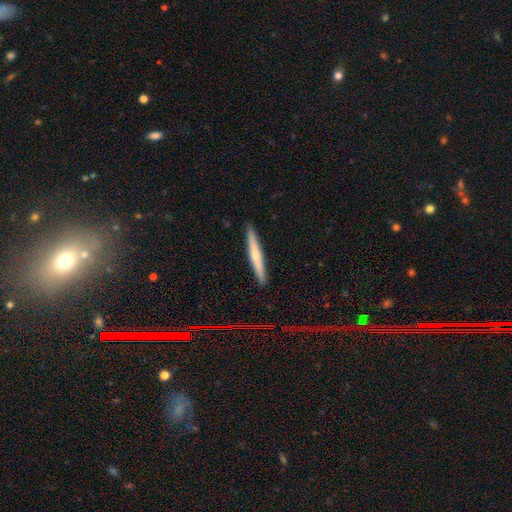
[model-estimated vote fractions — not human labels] A smooth galaxy with no disk features (51%) that is cigar-shaped (96%).

Vote fractions:
- Smooth or featured? smooth: 51% / featured or disk: 42% / star or artifact: 7%
- How rounded? cigar-shaped: 96% / in between: 3% / round: 1%
- Merging? none: 91% / minor disturbance: 6% / major disturbance: 1% / merger: 1%